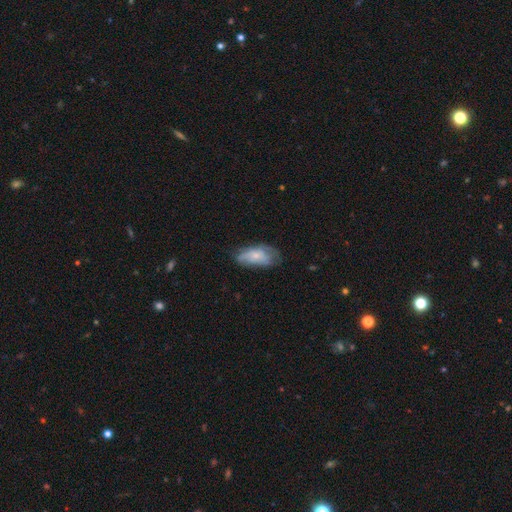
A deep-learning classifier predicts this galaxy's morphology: Smooth or featured?
  - smooth: 57% *
  - featured or disk: 35%
  - star or artifact: 8%
How rounded?
  - in between: 90% *
  - cigar-shaped: 5%
  - round: 4%
Merging?
  - none: 43% *
  - minor disturbance: 34%
  - major disturbance: 20%
  - merger: 3%